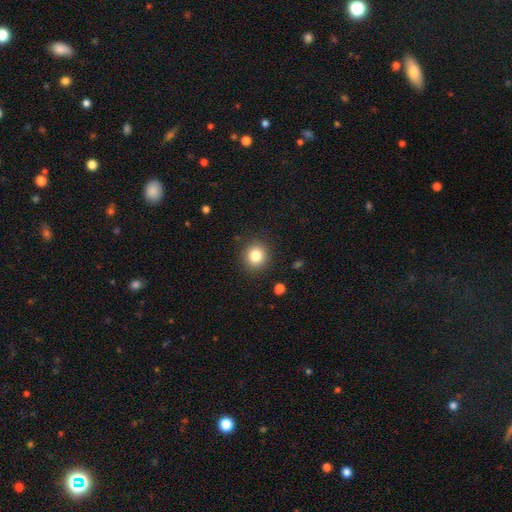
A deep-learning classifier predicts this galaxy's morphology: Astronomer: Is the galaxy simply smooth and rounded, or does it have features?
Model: smooth — 82%.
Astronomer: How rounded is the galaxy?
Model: round — 88%.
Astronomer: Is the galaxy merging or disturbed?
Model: none — 90%.